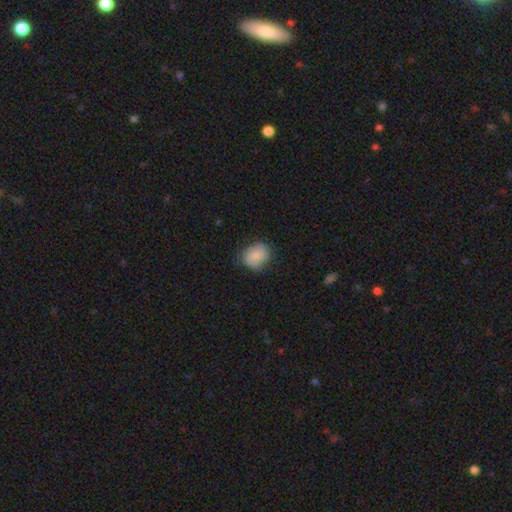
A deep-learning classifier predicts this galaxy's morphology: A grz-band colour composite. It shows a smooth galaxy with no disk features (73%) that is round (55%). Merging: none (61%).